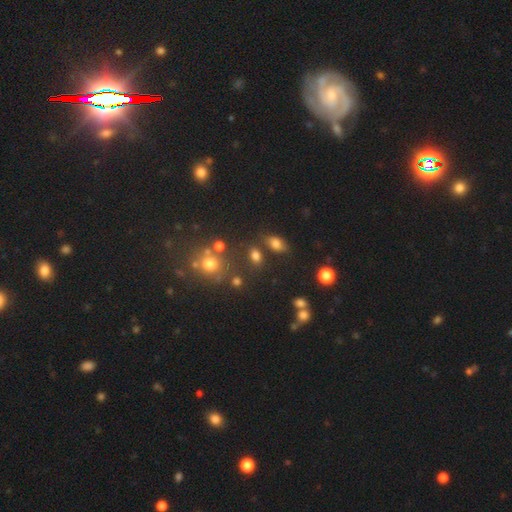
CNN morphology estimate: Smooth or featured? Predicted: smooth (p=0.76). How rounded? Predicted: in between (p=0.78). Merging? Predicted: none (p=0.70).